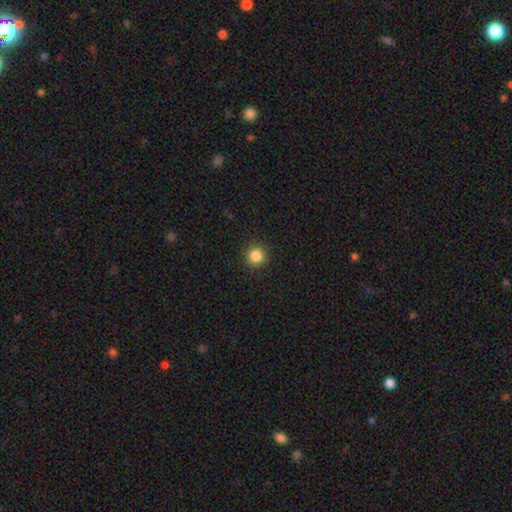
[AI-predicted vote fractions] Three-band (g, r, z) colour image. It shows a smooth galaxy with no disk features (85%) that is round (95%). Merging: none (92%).